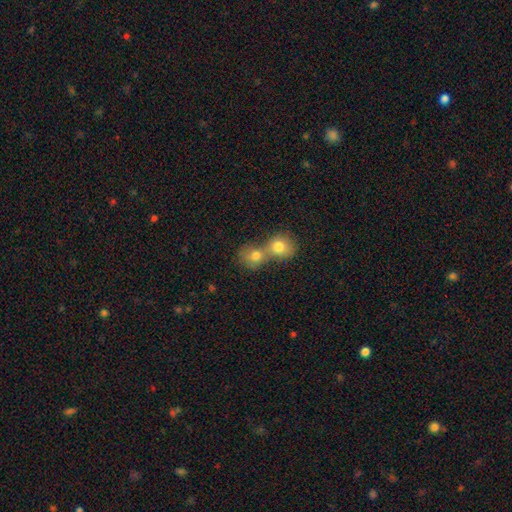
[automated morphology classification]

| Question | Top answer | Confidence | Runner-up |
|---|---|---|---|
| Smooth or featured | smooth | 78% | featured or disk (12%) |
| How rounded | round | 75% | in between (23%) |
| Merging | merger | 71% | none (22%) |